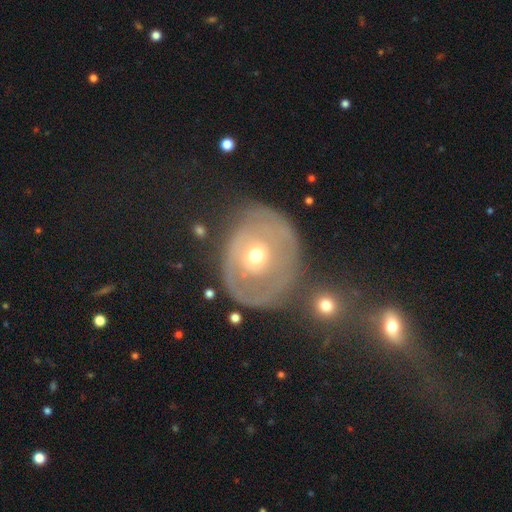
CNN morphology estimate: smooth-or-featured: featured or disk: 61% | smooth: 31% | star or artifact: 8%
  disk-edge-on: no: 95% | yes: 5%
    bar: no: 83% | weak: 13% | strong: 4%
    has-spiral-arms: no: 55% | yes: 45%
    bulge-size: moderate: 52% | small: 42% | large: 3% | dominant: 1% | none: 1%
  merging: none: 52% | minor disturbance: 23% | major disturbance: 19% | merger: 6%